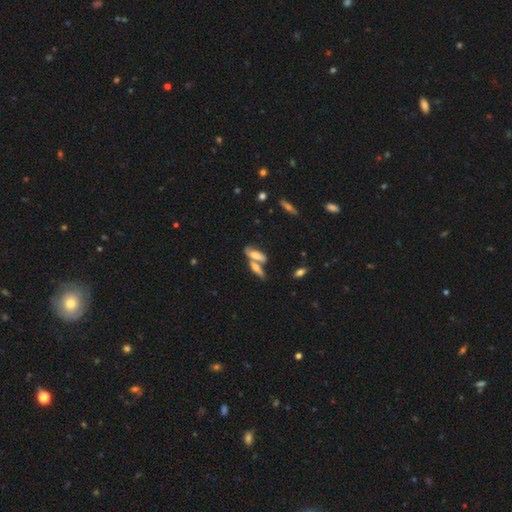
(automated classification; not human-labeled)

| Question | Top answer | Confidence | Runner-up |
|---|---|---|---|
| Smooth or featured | smooth | 53% | featured or disk (37%) |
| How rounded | in between | 59% | cigar-shaped (37%) |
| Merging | merger | 45% | none (40%) |